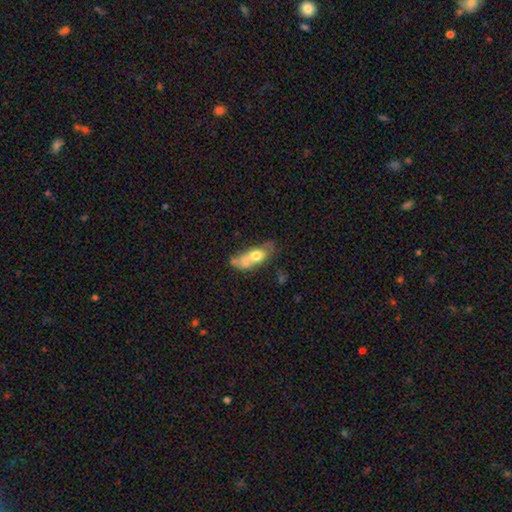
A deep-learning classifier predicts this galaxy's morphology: type=smooth (60%); roundness=in between (72%); merging=merger (51%).